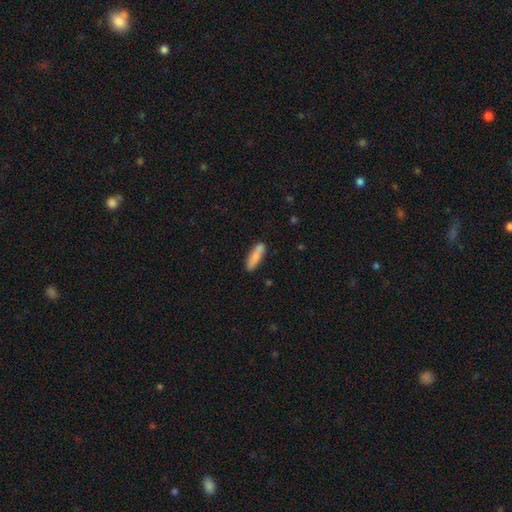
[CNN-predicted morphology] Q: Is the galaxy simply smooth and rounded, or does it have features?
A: smooth — 78%.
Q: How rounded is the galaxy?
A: cigar-shaped — 61%.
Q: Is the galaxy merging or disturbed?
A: none — 80%.